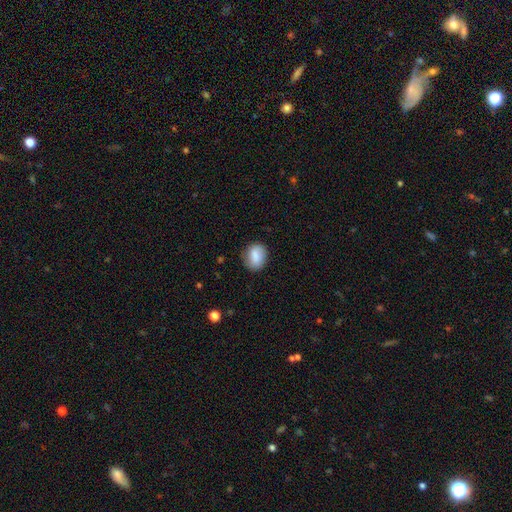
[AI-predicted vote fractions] smooth 79%, featured or disk 13%, star or artifact 7%. Down the decision tree: how rounded — in between (51%); merging — none (77%).